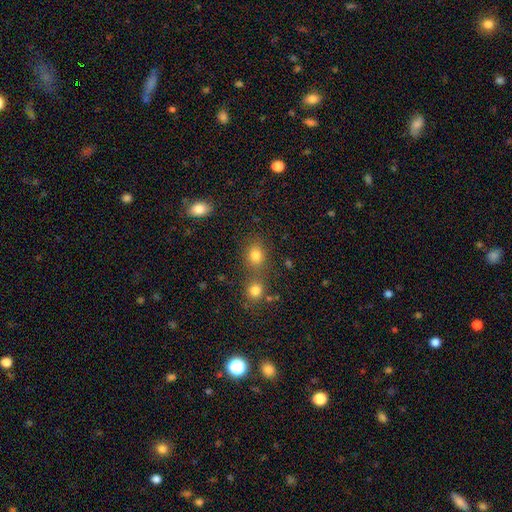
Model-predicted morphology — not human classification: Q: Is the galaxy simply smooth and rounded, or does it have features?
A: smooth — 79%.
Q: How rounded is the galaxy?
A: round — 63%.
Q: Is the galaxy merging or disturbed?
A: none — 58%.